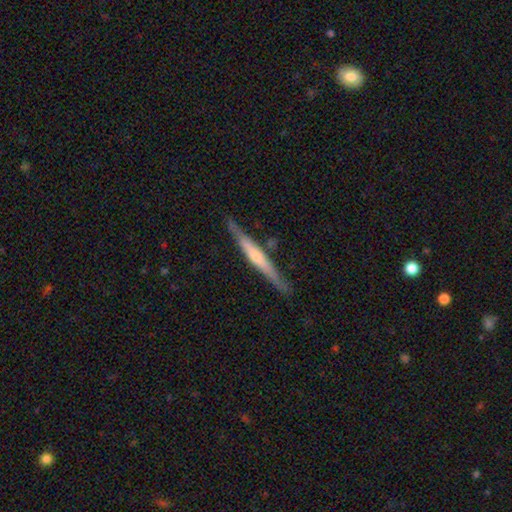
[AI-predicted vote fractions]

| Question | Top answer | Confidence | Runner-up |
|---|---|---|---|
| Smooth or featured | featured or disk | 73% | smooth (22%) |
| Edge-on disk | yes | 97% | no (3%) |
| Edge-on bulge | rounded | 59% | none (27%) |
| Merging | none | 86% | minor disturbance (10%) |